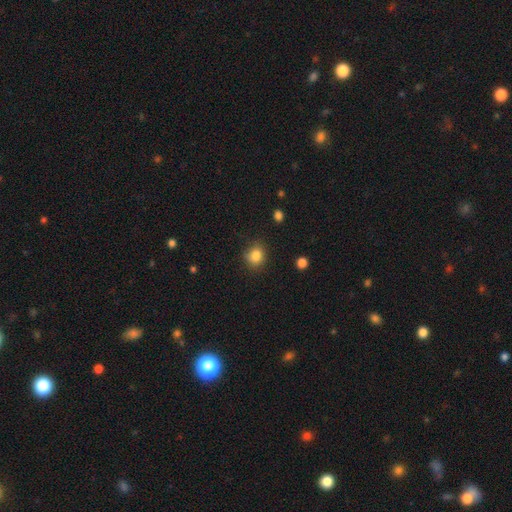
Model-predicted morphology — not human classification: Smooth or featured? smooth (85%)
How rounded? round (77%)
Merging? none (80%)